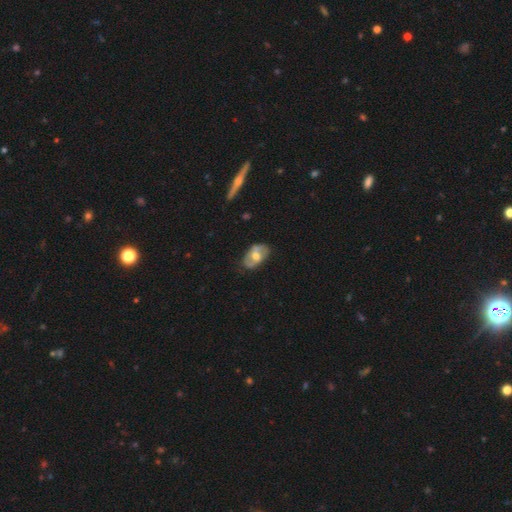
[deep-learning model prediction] A featured or disk galaxy (57%) with no bar (42%), spiral arms (57%) and a moderate central bulge (71%).

Vote fractions:
- Smooth or featured? featured or disk: 57% / smooth: 37% / star or artifact: 6%
- Edge-on disk? no: 91% / yes: 9%
- Bar? no: 42% / weak: 38% / strong: 21%
- Spiral arms? yes: 57% / no: 43%
- Bulge size? moderate: 71% / large: 13% / small: 13% / none: 2% / dominant: 1%
- Merging? none: 78% / minor disturbance: 17% / major disturbance: 4% / merger: 1%